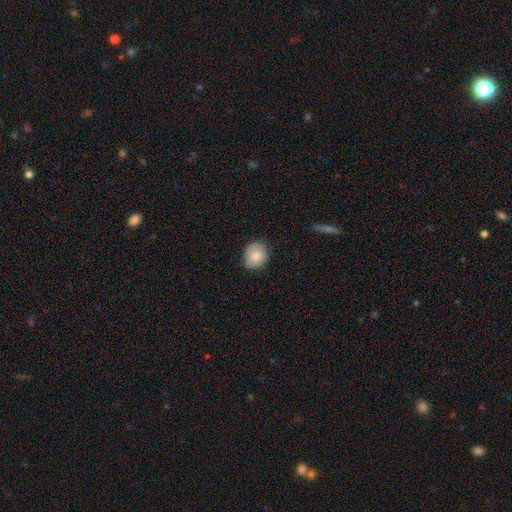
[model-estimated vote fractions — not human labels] Smooth or featured? smooth (80%)
How rounded? round (69%)
Merging? none (74%)